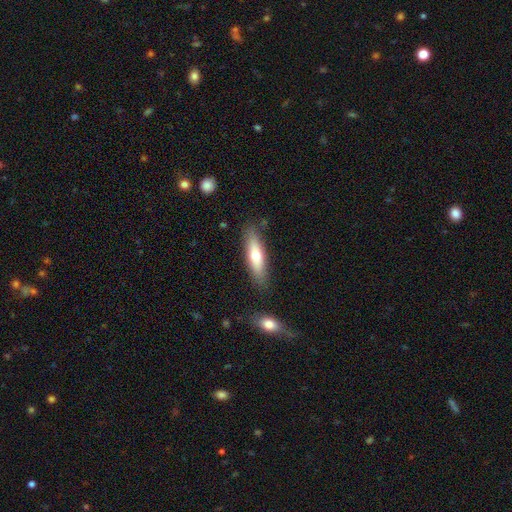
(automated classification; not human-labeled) smooth-or-featured: smooth: 62% | featured or disk: 32% | star or artifact: 6%
  how-rounded: cigar-shaped: 61% | in between: 37% | round: 2%
  merging: none: 83% | minor disturbance: 12% | major disturbance: 3% | merger: 3%